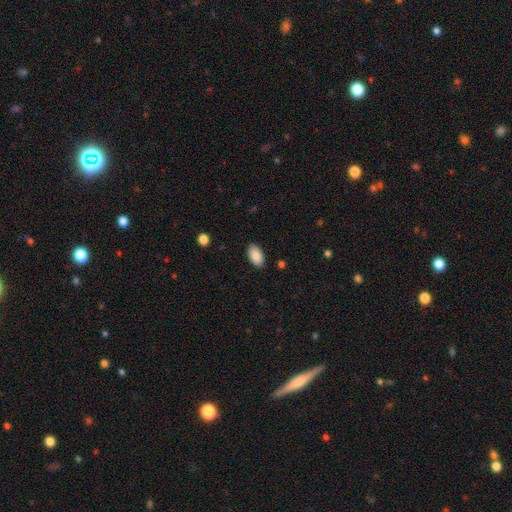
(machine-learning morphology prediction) Smooth or featured? smooth (89%)
How rounded? in between (95%)
Merging? none (88%)